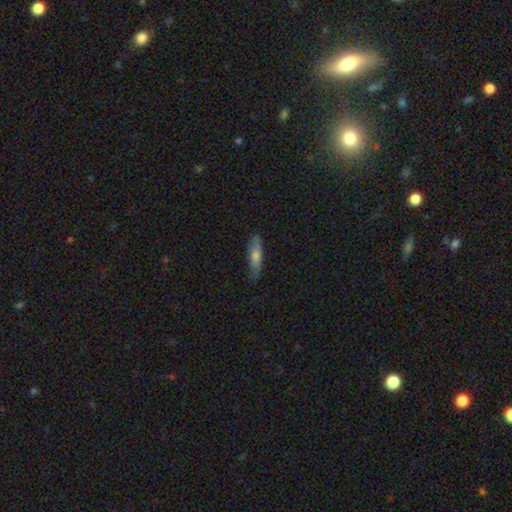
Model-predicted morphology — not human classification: The model was most divided on "smooth or featured": smooth: 61%, featured or disk: 33%, star or artifact: 6%. More confident: merging — none (80%); how rounded — cigar-shaped (76%).